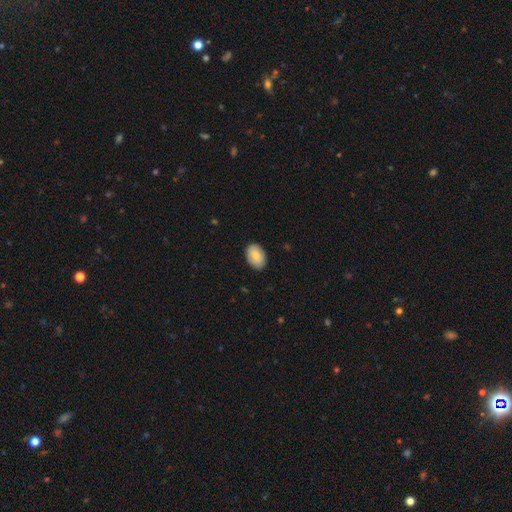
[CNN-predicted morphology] Smooth or featured: smooth — 82% (featured or disk — 11%)
How rounded: in between — 85% (round — 14%)
Merging: none — 87% (minor disturbance — 10%)